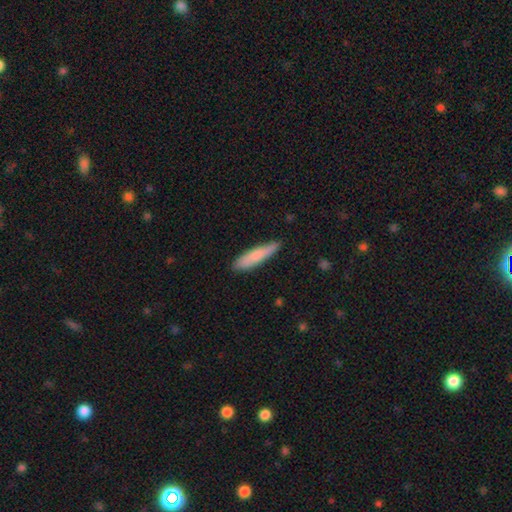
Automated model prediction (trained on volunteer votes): A smooth galaxy with no disk features (79%) that is cigar-shaped (83%). Merging: none (80%).